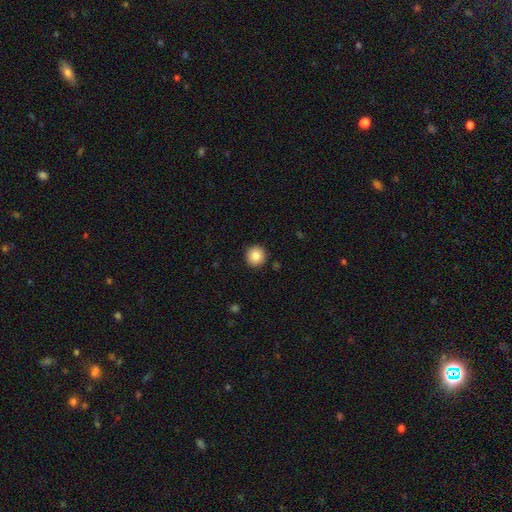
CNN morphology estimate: A smooth galaxy with no disk features (86%) that is round (93%). Merging: none (91%).